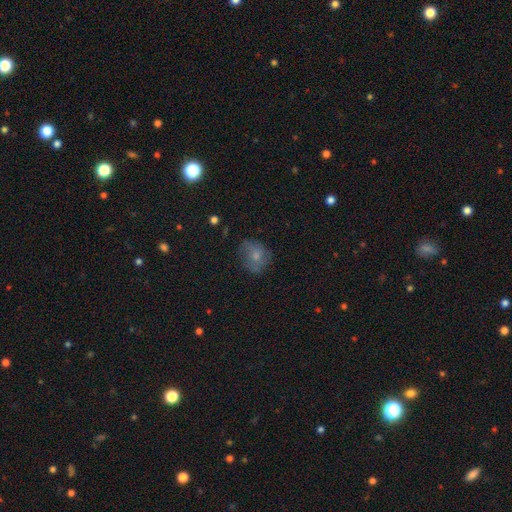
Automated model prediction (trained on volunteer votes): smooth-or-featured: smooth: 65% | featured or disk: 25% | star or artifact: 10%
  how-rounded: round: 61% | in between: 38% | cigar-shaped: 1%
  merging: none: 62% | minor disturbance: 25% | major disturbance: 11% | merger: 2%